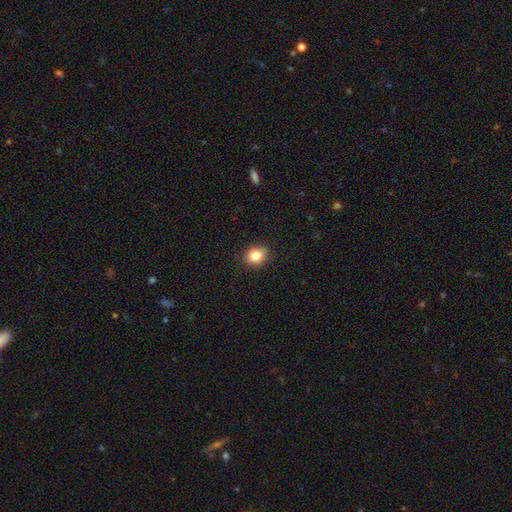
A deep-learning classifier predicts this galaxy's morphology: A smooth galaxy with no disk features (84%) that is round (65%).

Vote fractions:
- Smooth or featured? smooth: 84% / star or artifact: 10% / featured or disk: 6%
- How rounded? round: 65% / in between: 34% / cigar-shaped: 1%
- Merging? none: 86% / minor disturbance: 10% / major disturbance: 2% / merger: 1%